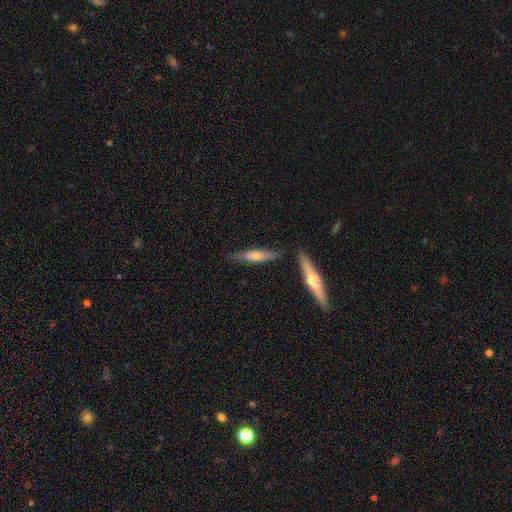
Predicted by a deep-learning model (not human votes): Overall: smooth (56%; featured or disk 38%). How rounded: cigar-shaped (82%). Merging: none (77%).